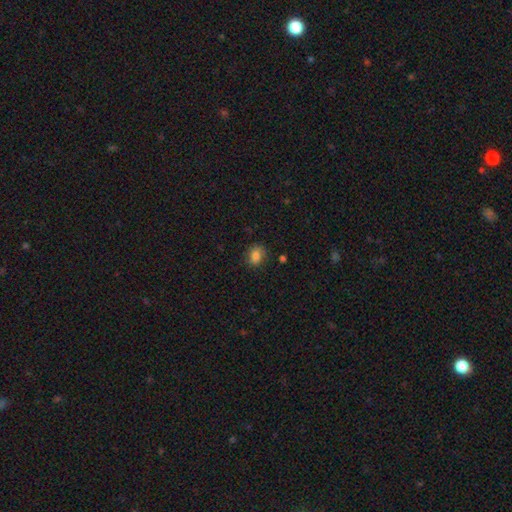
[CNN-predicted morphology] Smooth or featured: smooth — 82% (star or artifact — 11%)
How rounded: in between — 58% (round — 41%)
Merging: none — 78% (minor disturbance — 16%)